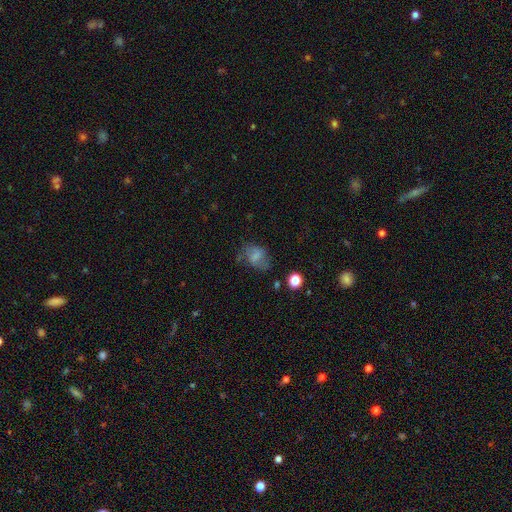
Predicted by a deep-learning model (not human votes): The model was most divided on "merging": none: 53%, minor disturbance: 27%, major disturbance: 17%, merger: 4%. More confident: how rounded — in between (69%); smooth or featured — smooth (62%).